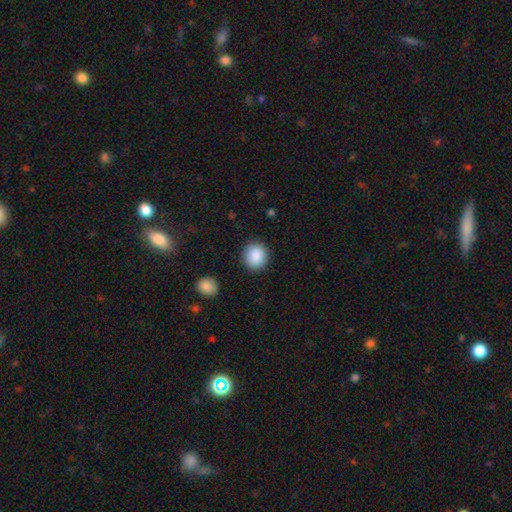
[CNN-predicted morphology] This is clearly a smooth galaxy (89%). How rounded: clearly round (84%). Merging: clearly none (89%).